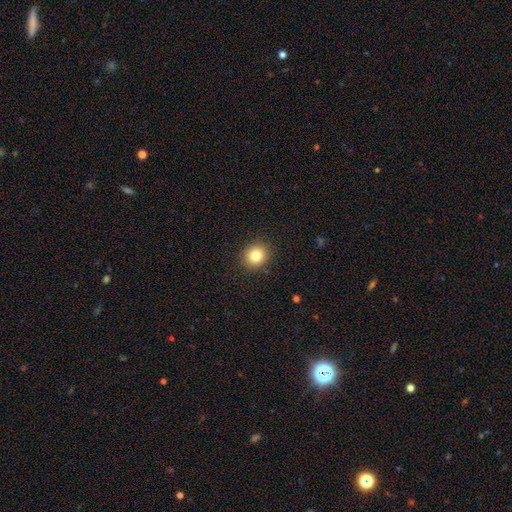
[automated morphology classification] This is clearly a smooth galaxy (81%). How rounded: likely round (79%). Merging: clearly none (90%).